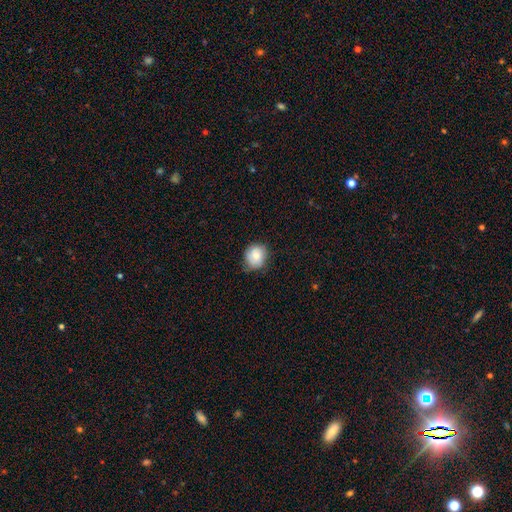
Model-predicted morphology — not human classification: Overall: smooth (74%). How rounded: round (81%). Merging: none (70%).